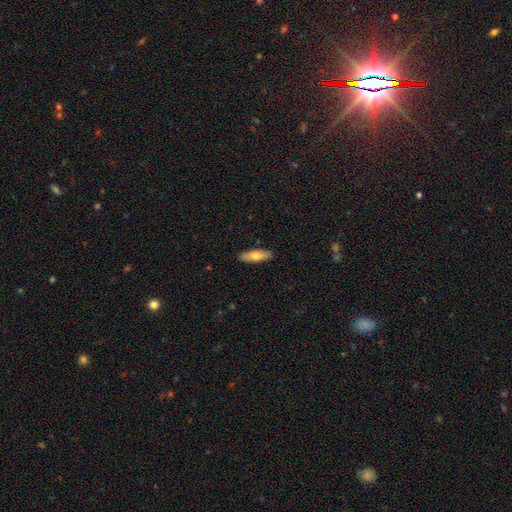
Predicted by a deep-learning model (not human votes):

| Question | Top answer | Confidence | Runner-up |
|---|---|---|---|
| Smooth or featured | smooth | 75% | featured or disk (19%) |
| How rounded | cigar-shaped | 53% | in between (45%) |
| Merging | none | 89% | minor disturbance (8%) |